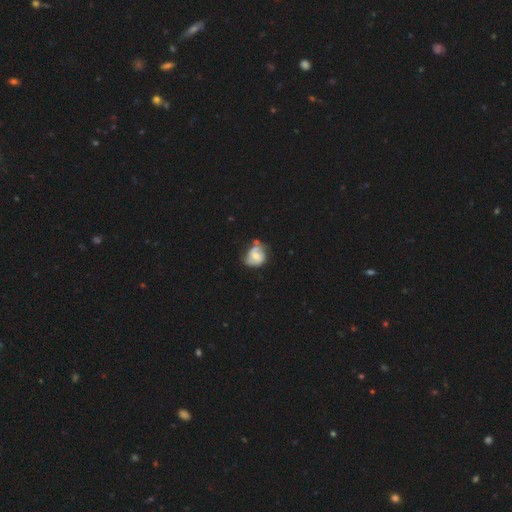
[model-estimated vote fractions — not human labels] The model was most divided on "merging": none: 38%, minor disturbance: 34%, major disturbance: 17%, merger: 11%. More confident: edge-on disk — no (97%); spiral arms — yes (73%); bar — no (61%); smooth or featured — featured or disk (53%); bulge size — moderate (50%).